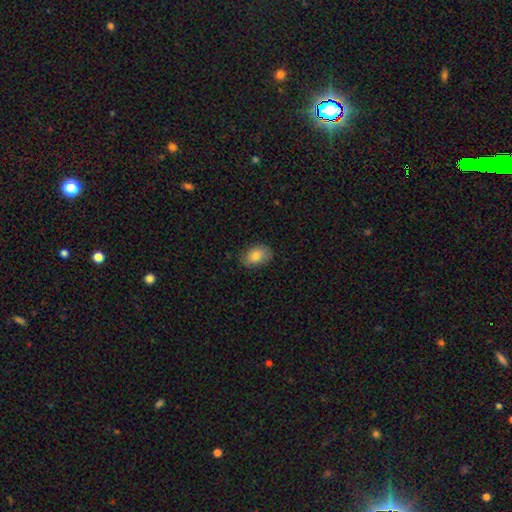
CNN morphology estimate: Smooth or featured: smooth — 81% (featured or disk — 12%)
How rounded: in between — 86% (round — 13%)
Merging: none — 81% (minor disturbance — 15%)